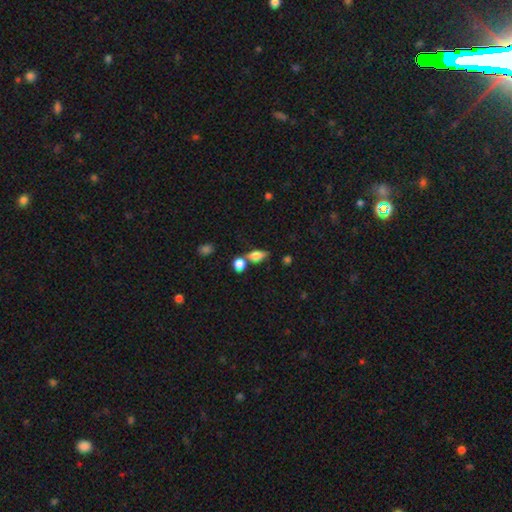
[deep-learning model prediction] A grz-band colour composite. It shows a smooth galaxy with no disk features (69%) that is in between round and cigar-shaped (74%). Merging: none (51%).